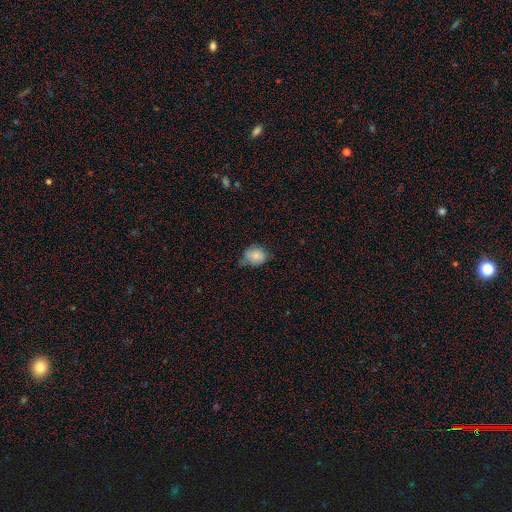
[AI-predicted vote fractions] smooth 80%, featured or disk 12%, star or artifact 9%. Down the decision tree: how rounded — round (56%); merging — none (52%).